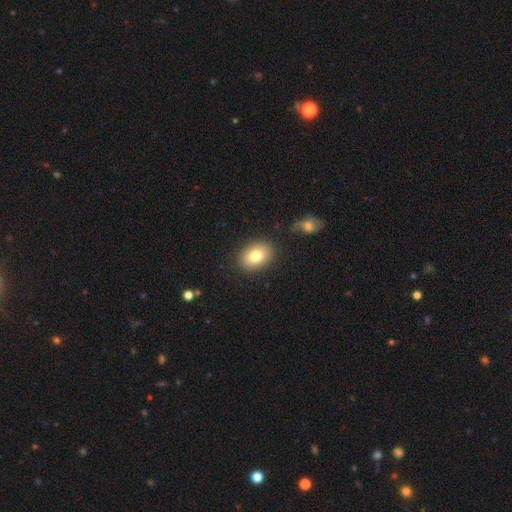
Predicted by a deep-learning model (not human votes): smooth_or_featured: smooth (p=0.80) [alt: featured or disk p=0.12]
how_rounded: in between (p=0.77) [alt: round p=0.22]
merging: none (p=0.86) [alt: minor disturbance p=0.09]